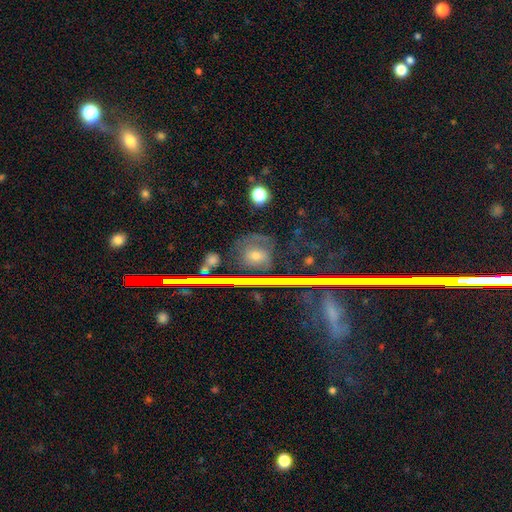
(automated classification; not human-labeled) smooth_or_featured: featured or disk (p=0.41) [alt: smooth p=0.32]
merging: none (p=0.66) [alt: minor disturbance p=0.18]